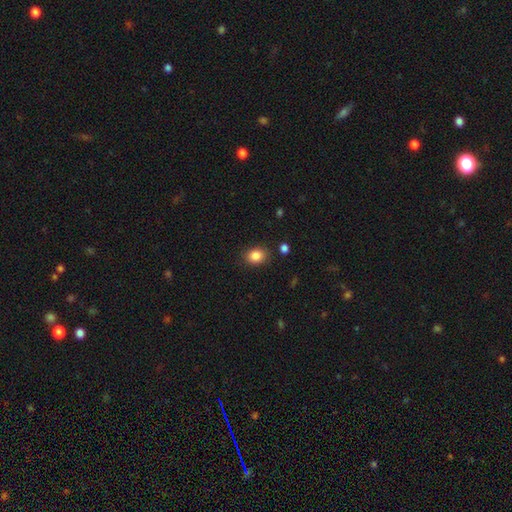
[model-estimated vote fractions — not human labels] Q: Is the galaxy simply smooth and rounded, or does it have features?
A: smooth — 86%.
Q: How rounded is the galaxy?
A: in between — 57%.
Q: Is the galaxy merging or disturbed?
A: none — 85%.